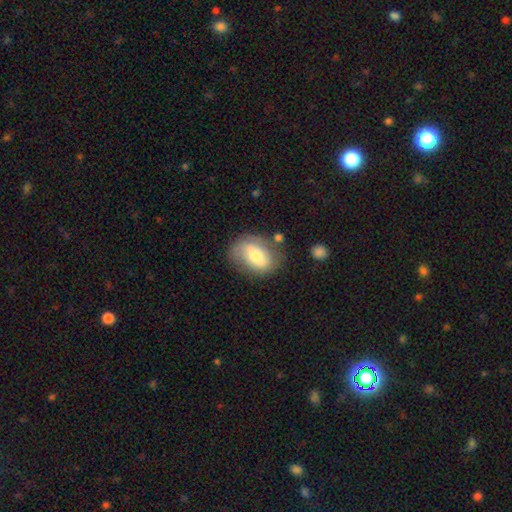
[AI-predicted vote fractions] smooth-or-featured: smooth: 60% | featured or disk: 33% | star or artifact: 8%
  how-rounded: in between: 77% | round: 21% | cigar-shaped: 2%
  merging: none: 65% | minor disturbance: 22% | major disturbance: 8% | merger: 4%